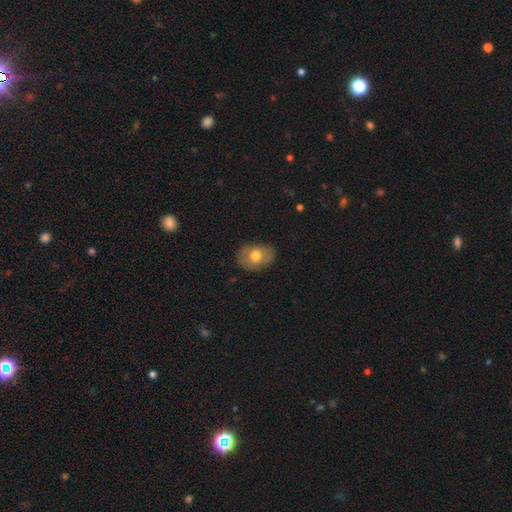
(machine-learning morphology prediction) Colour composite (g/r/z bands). It shows a smooth galaxy with no disk features (65%) that is in between round and cigar-shaped (69%). Merging: none (82%).